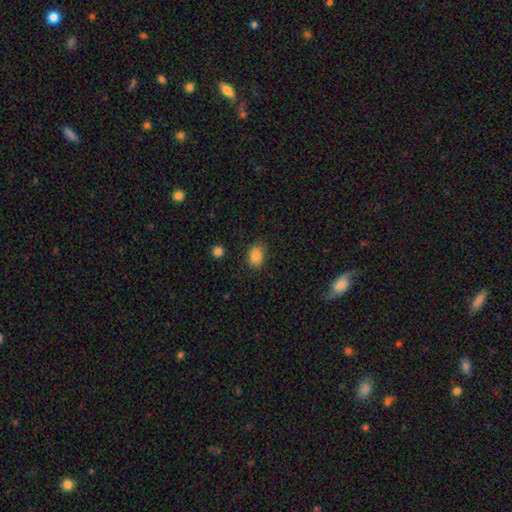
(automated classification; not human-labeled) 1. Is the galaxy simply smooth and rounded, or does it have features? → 86% smooth, 10% star or artifact, 4% featured or disk.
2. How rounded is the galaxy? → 69% in between, 30% round, 1% cigar-shaped.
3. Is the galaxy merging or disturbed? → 81% none, 14% minor disturbance, 4% major disturbance, 2% merger.